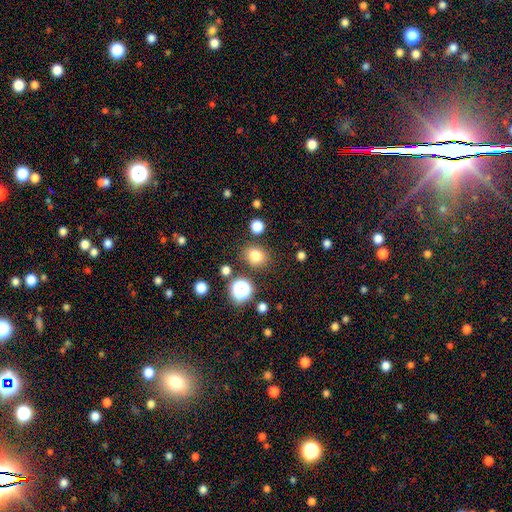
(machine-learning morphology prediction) The model was most divided on "how rounded": round: 63%, in between: 36%, cigar-shaped: 1%. More confident: merging — none (81%); smooth or featured — smooth (78%).